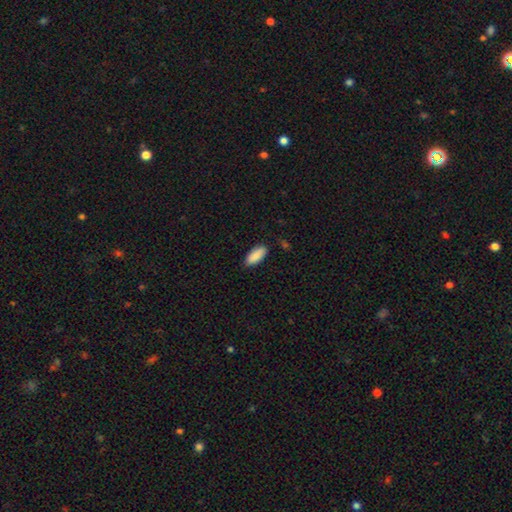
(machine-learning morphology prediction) A smooth galaxy with no disk features (90%) that is in between round and cigar-shaped (88%).

Vote fractions:
- Smooth or featured? smooth: 90% / star or artifact: 6% / featured or disk: 4%
- How rounded? in between: 88% / cigar-shaped: 10% / round: 2%
- Merging? none: 86% / minor disturbance: 11% / major disturbance: 2% / merger: 1%